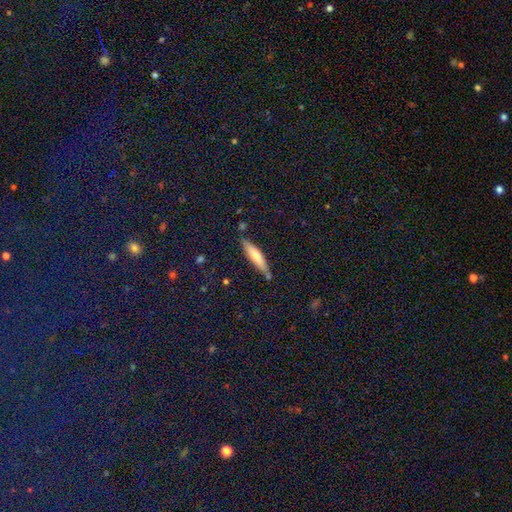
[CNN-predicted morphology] type=smooth (64%); roundness=cigar-shaped (83%); merging=none (82%).